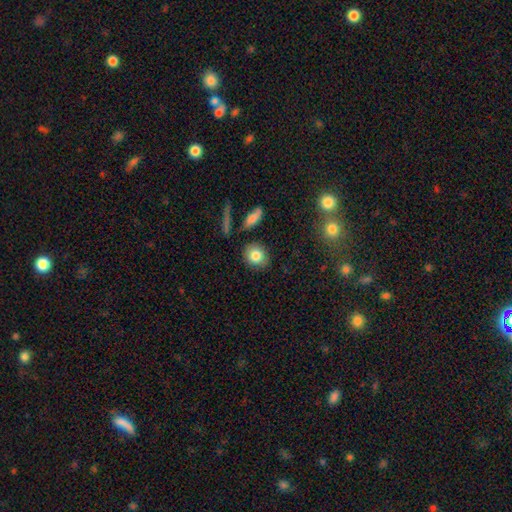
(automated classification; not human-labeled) Morphology: type=smooth (83%); roundness=round (70%); merging=none (83%).